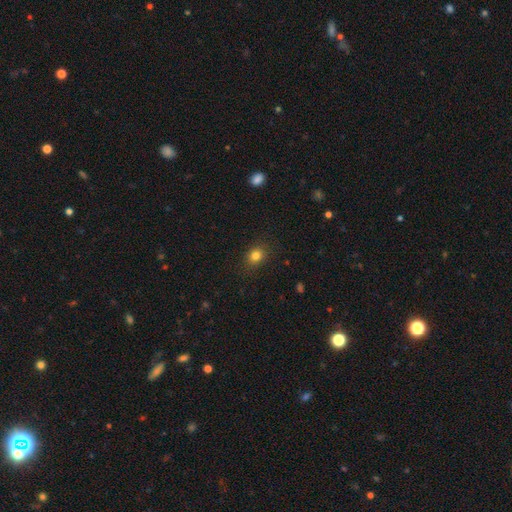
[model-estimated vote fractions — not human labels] smooth_or_featured: smooth (p=0.82) [alt: star or artifact p=0.12]
how_rounded: round (p=0.58) [alt: in between p=0.41]
merging: none (p=0.86) [alt: minor disturbance p=0.10]